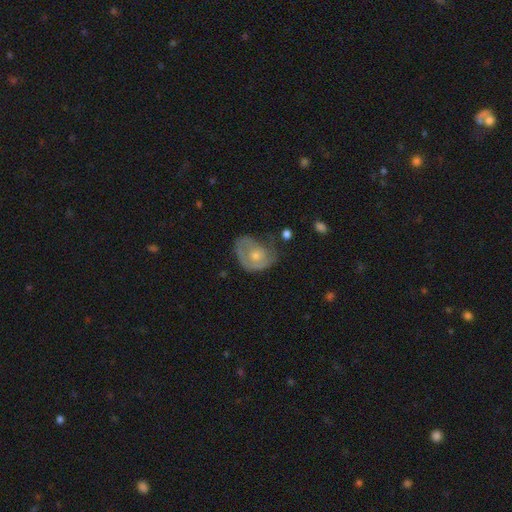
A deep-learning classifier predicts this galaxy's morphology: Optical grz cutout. It shows a featured or disk galaxy (60%) with no bar (83%), spiral arms (61%) and a moderate central bulge (52%). Merging: none (44%).